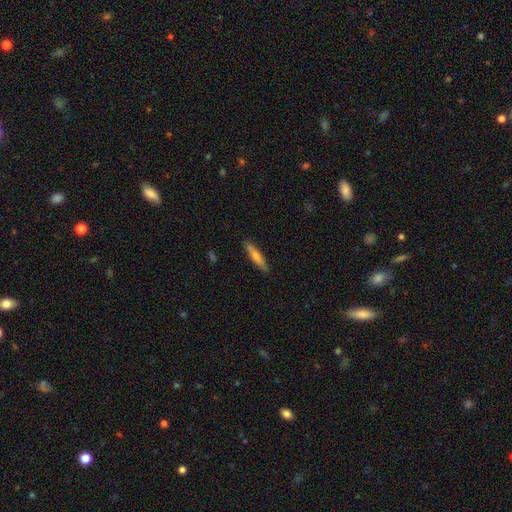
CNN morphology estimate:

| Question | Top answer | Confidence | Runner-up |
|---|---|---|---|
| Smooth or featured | smooth | 65% | featured or disk (29%) |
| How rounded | cigar-shaped | 87% | in between (12%) |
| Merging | none | 88% | minor disturbance (9%) |